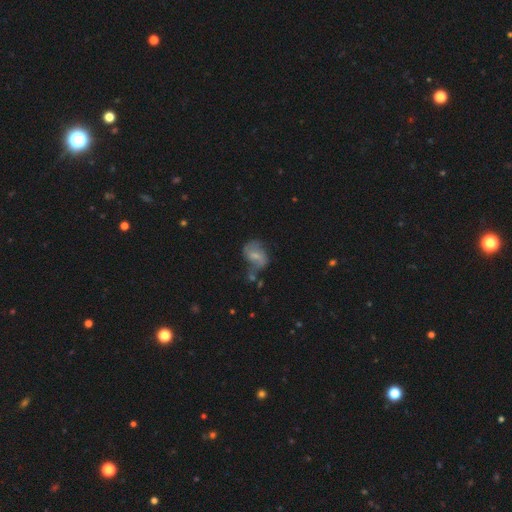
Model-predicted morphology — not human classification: A featured or disk galaxy (62%) with a weak bar (52%), spiral arms (81%) and a small central bulge (50%). Merging: none (44%).